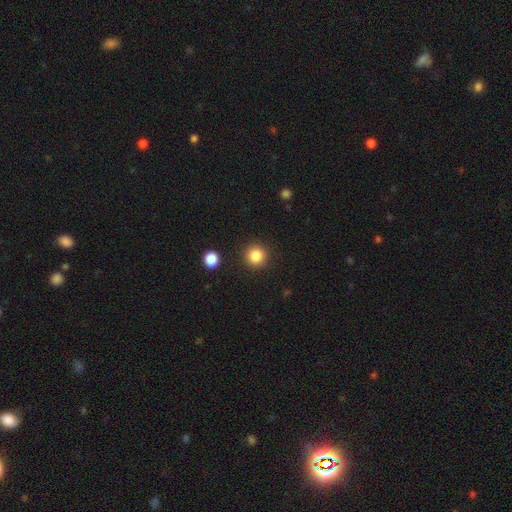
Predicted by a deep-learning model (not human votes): Smooth or featured: smooth — 85% (star or artifact — 11%)
How rounded: round — 94% (in between — 5%)
Merging: none — 91% (minor disturbance — 5%)